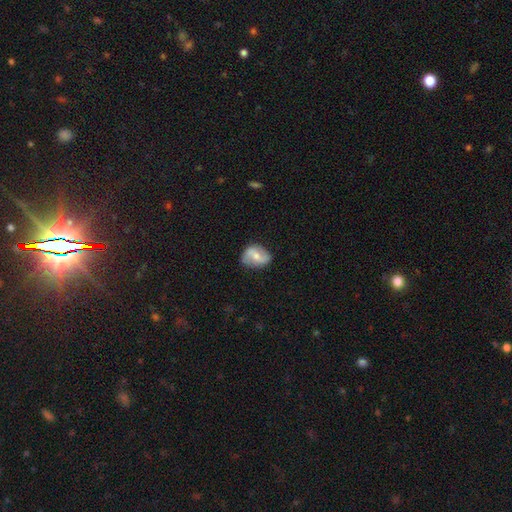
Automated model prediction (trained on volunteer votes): smooth-or-featured: featured or disk: 58% | smooth: 36% | star or artifact: 7%
  disk-edge-on: no: 96% | yes: 4%
    bar: weak: 43% | strong: 29% | no: 28%
    has-spiral-arms: yes: 80% | no: 20%
    bulge-size: moderate: 52% | small: 41% | none: 4% | large: 3% | dominant: 1%
  merging: none: 75% | minor disturbance: 19% | major disturbance: 5% | merger: 1%